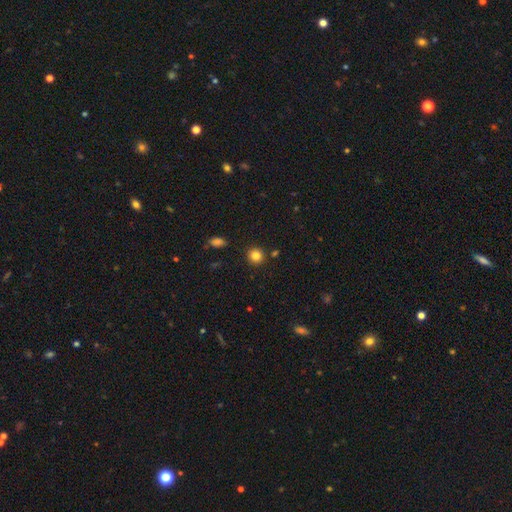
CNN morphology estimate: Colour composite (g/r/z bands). It shows a smooth galaxy with no disk features (83%) that is round (90%). Merging: none (88%).